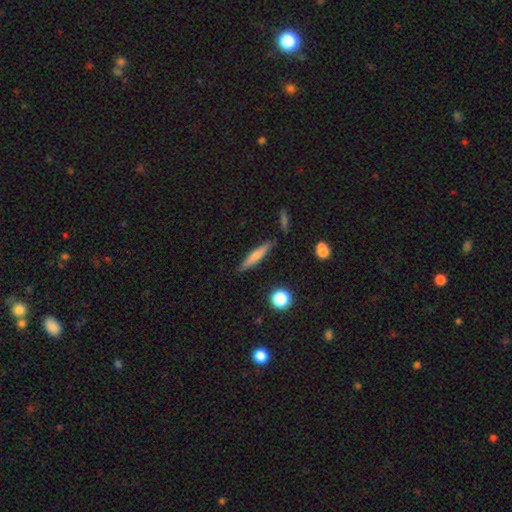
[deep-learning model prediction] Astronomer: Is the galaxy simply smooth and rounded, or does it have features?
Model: smooth — 64%.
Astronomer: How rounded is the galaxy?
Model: cigar-shaped — 90%.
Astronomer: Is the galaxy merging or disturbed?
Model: none — 85%.